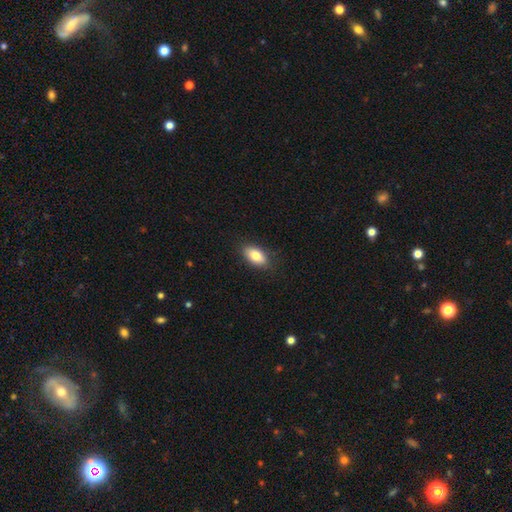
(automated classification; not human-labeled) smooth 82%, featured or disk 11%, star or artifact 7%. Down the decision tree: how rounded — in between (90%); merging — none (86%).